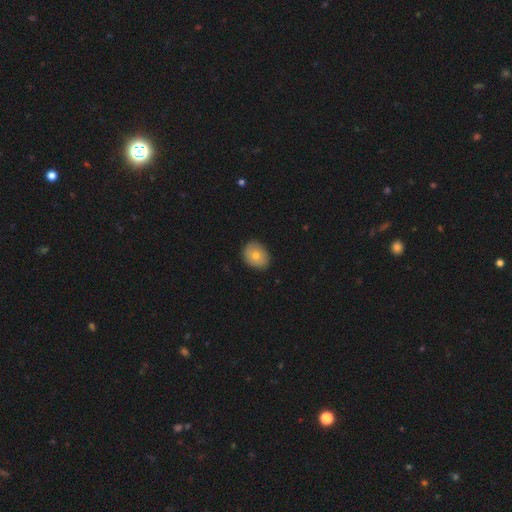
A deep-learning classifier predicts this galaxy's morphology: The model was most divided on "how rounded": round: 50%, in between: 49%, cigar-shaped: 1%. More confident: merging — none (86%); smooth or featured — smooth (76%).